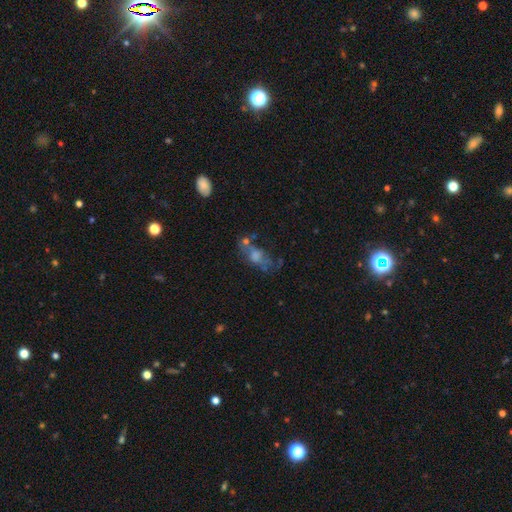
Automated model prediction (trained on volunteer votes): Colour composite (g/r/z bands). It shows a smooth galaxy with no disk features (46%). Merging: none (36%).